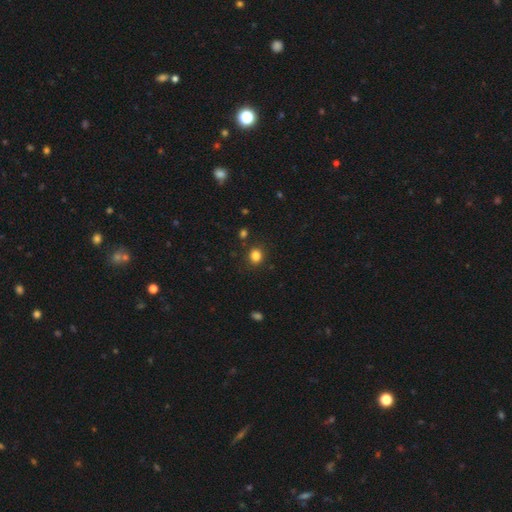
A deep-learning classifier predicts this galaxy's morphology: Q: Smooth or featured?
A: smooth (84%); runner-up: star or artifact (12%)
Q: How rounded?
A: round (71%); runner-up: in between (28%)
Q: Merging?
A: none (86%); runner-up: minor disturbance (8%)